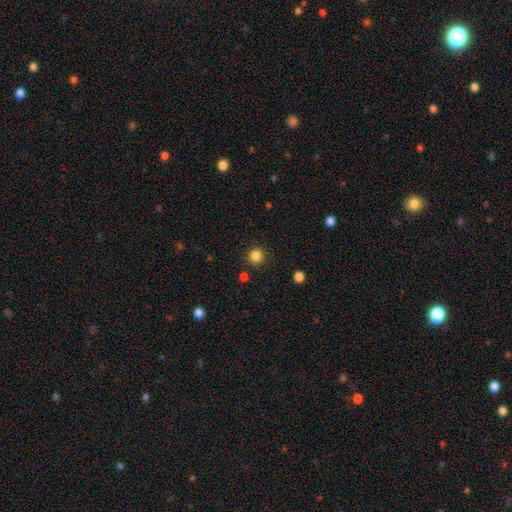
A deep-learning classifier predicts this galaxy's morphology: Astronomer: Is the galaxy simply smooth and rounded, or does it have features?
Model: smooth — 85%.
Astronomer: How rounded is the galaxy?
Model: round — 95%.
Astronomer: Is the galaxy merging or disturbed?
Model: none — 91%.